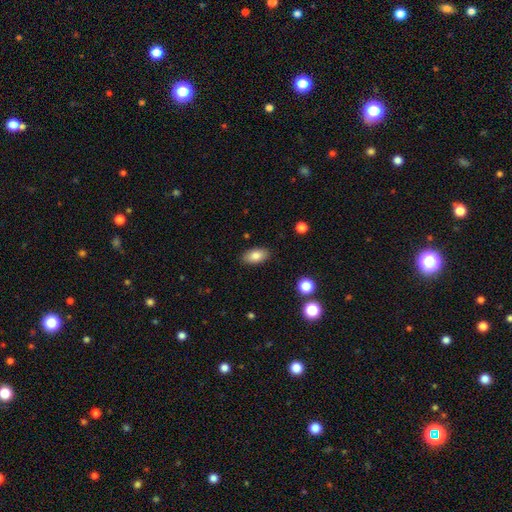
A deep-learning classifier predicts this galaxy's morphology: Smooth or featured?
  - smooth: 82% *
  - featured or disk: 10%
  - star or artifact: 8%
How rounded?
  - in between: 92% *
  - round: 6%
  - cigar-shaped: 3%
Merging?
  - none: 87% *
  - minor disturbance: 9%
  - major disturbance: 2%
  - merger: 1%